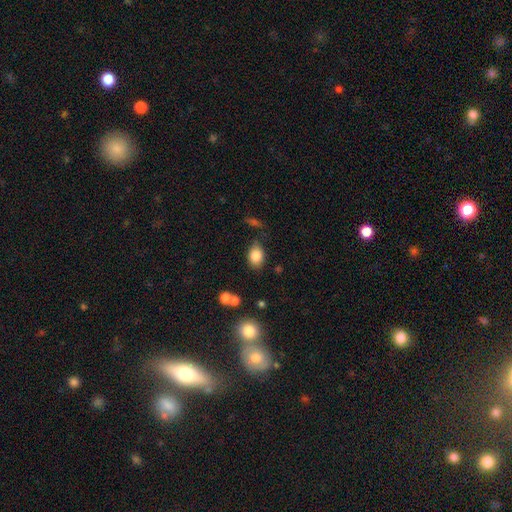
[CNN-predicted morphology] A smooth galaxy with no disk features (83%) that is in between round and cigar-shaped (74%).

Vote fractions:
- Smooth or featured? smooth: 83% / star or artifact: 9% / featured or disk: 8%
- How rounded? in between: 74% / round: 24% / cigar-shaped: 1%
- Merging? none: 74% / minor disturbance: 18% / major disturbance: 4% / merger: 4%